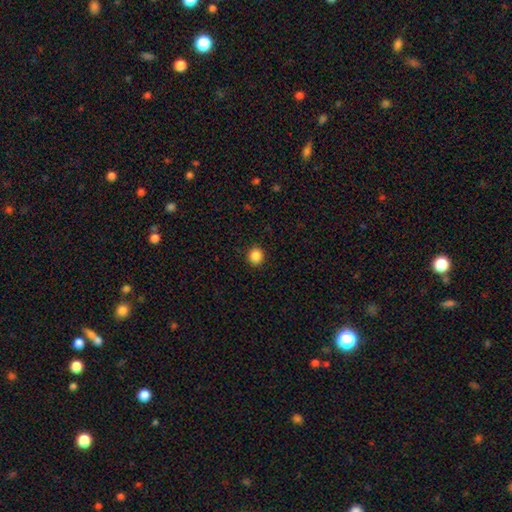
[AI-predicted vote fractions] Q: Smooth or featured?
A: smooth (87%); runner-up: star or artifact (10%)
Q: How rounded?
A: round (88%); runner-up: in between (11%)
Q: Merging?
A: none (92%); runner-up: minor disturbance (5%)